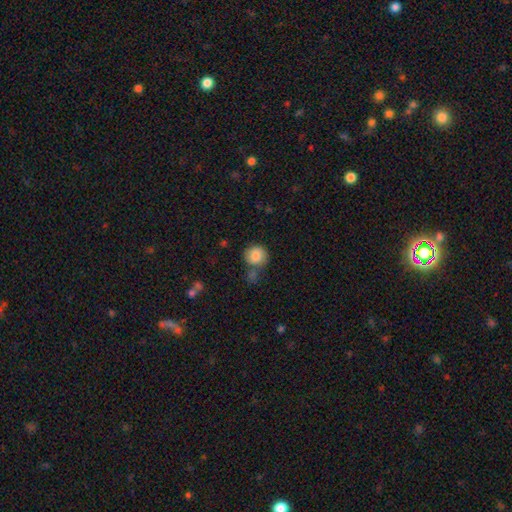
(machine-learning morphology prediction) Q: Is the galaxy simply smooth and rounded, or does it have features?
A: smooth — 84%.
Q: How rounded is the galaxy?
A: round — 87%.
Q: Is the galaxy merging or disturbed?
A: none — 61%.